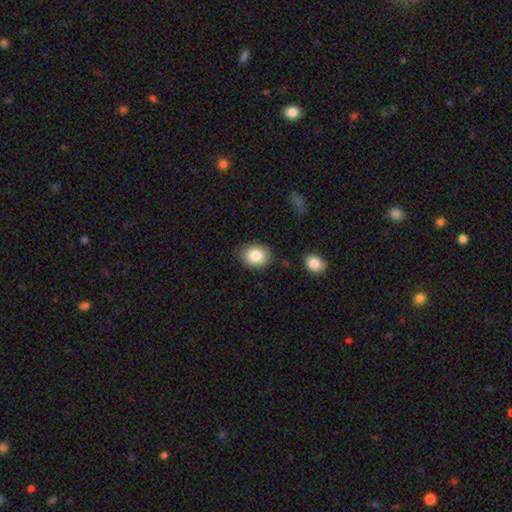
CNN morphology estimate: This is clearly a smooth galaxy (84%). How rounded: possibly round (55%). Merging: clearly none (85%).